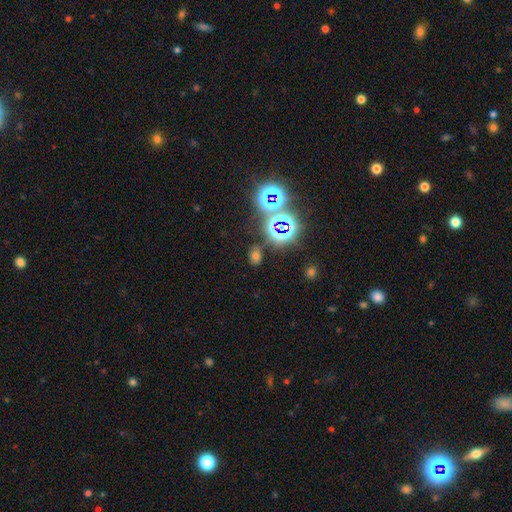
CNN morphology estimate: Overall: smooth (51%; star or artifact 40%). How rounded: in between (67%; round 31%). Merging: none (76%).